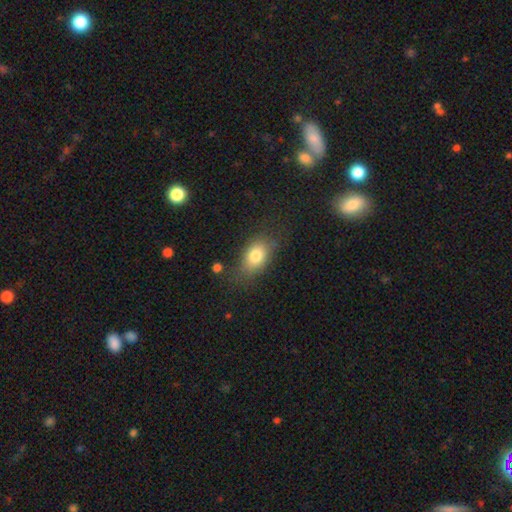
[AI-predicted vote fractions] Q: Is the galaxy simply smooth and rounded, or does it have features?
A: smooth — 79%.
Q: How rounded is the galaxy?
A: in between — 81%.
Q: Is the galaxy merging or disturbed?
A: none — 70%.